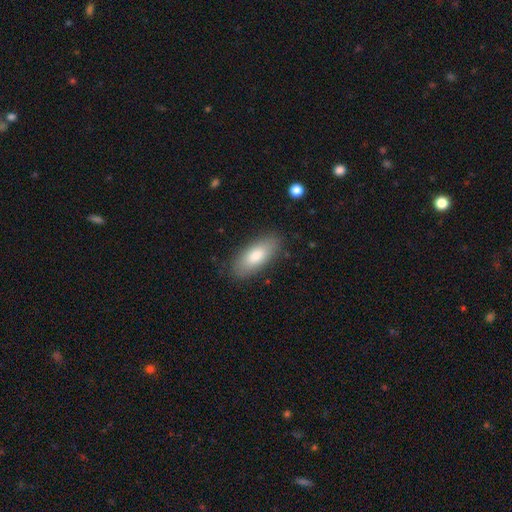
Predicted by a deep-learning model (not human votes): smooth_or_featured: smooth (p=0.80) [alt: featured or disk p=0.14]
how_rounded: in between (p=0.80) [alt: cigar-shaped p=0.18]
merging: none (p=0.85) [alt: minor disturbance p=0.11]